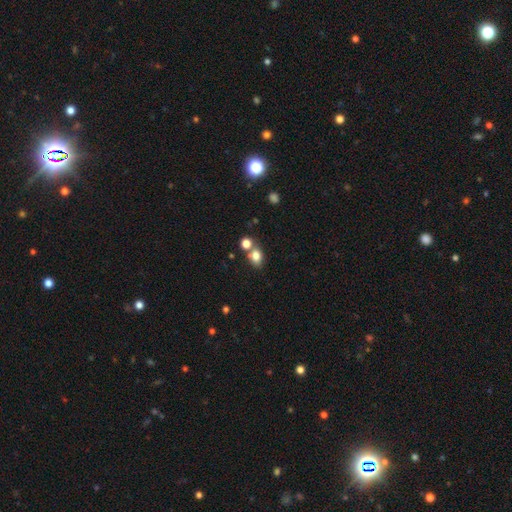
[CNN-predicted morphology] Smooth or featured?
  - smooth: 79% *
  - star or artifact: 12%
  - featured or disk: 9%
How rounded?
  - in between: 57% *
  - round: 41%
  - cigar-shaped: 1%
Merging?
  - none: 54% *
  - merger: 31%
  - minor disturbance: 11%
  - major disturbance: 4%